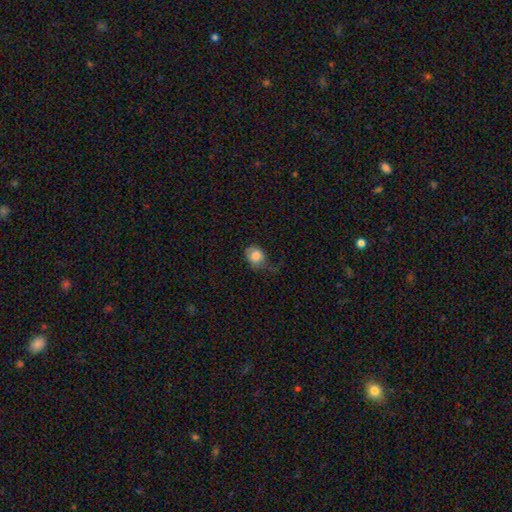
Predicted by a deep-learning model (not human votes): smooth-or-featured: smooth: 79% | featured or disk: 14% | star or artifact: 8%
  how-rounded: round: 59% | in between: 40% | cigar-shaped: 1%
  merging: none: 34% | minor disturbance: 32% | major disturbance: 31% | merger: 2%